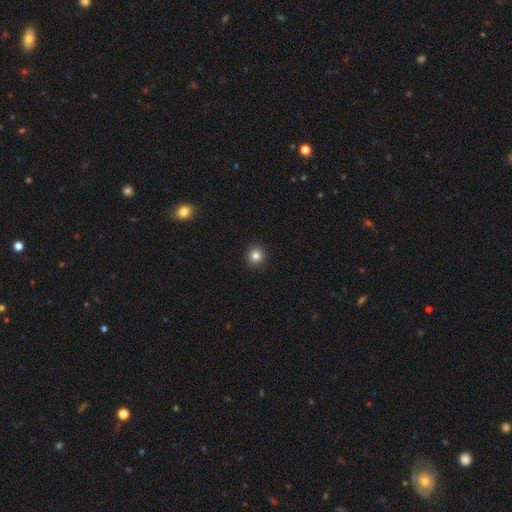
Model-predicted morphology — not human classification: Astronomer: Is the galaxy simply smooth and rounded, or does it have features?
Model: smooth — 83%.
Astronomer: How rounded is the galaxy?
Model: round — 92%.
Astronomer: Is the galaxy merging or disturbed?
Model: none — 93%.